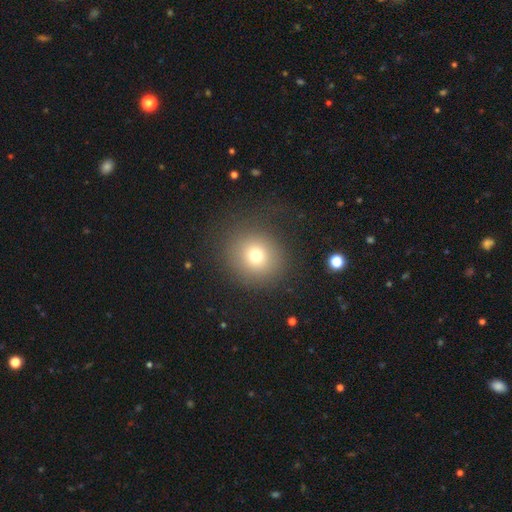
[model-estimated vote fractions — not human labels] Smooth or featured? Predicted: smooth (p=0.73). How rounded? Predicted: round (p=0.88). Merging? Predicted: none (p=0.78).